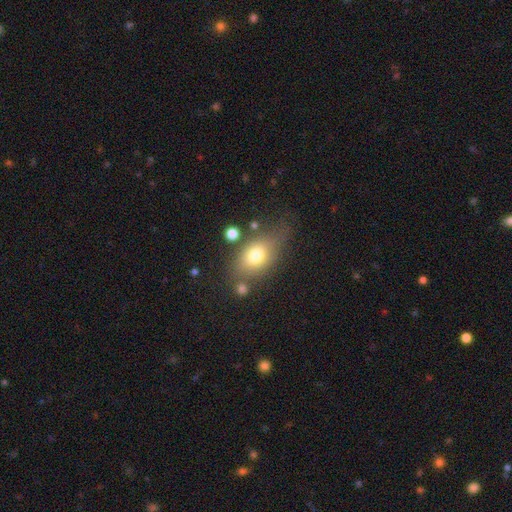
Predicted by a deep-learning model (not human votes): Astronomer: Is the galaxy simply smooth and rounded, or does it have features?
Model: smooth — 72%.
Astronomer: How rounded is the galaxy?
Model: in between — 76%.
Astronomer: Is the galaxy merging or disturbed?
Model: none — 56%.